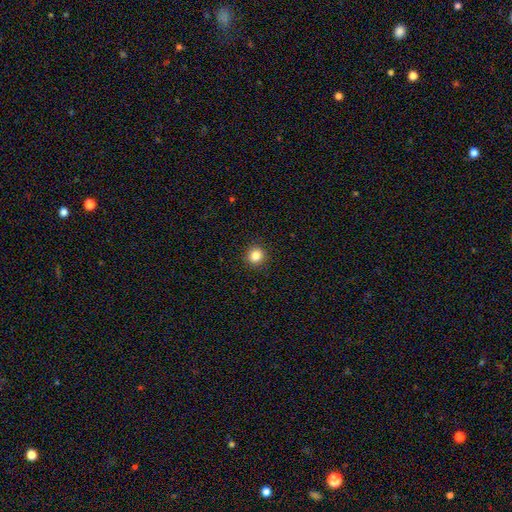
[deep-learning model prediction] smooth 84%, star or artifact 11%, featured or disk 5%. Down the decision tree: how rounded — round (91%); merging — none (92%).